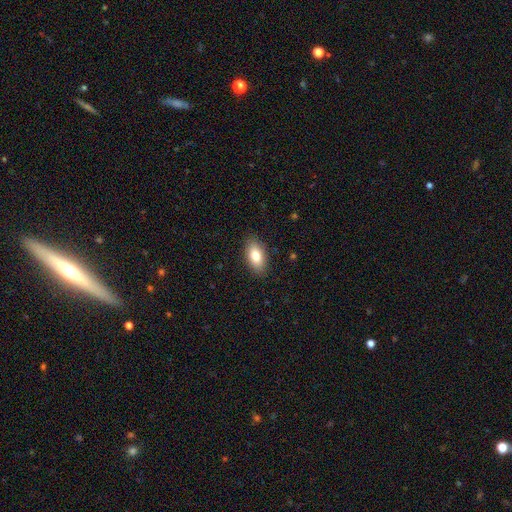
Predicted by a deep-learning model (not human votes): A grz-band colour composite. It shows a smooth galaxy with no disk features (81%) that is in between round and cigar-shaped (92%). Merging: none (88%).